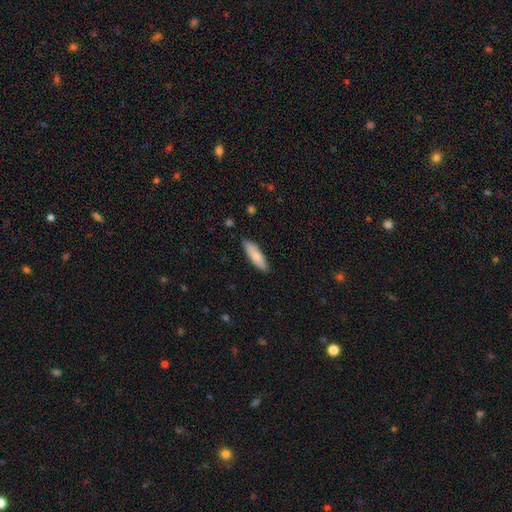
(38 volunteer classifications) Smooth or featured? smooth (84%)
How rounded? cigar-shaped (66%)
Merging? none (92%)